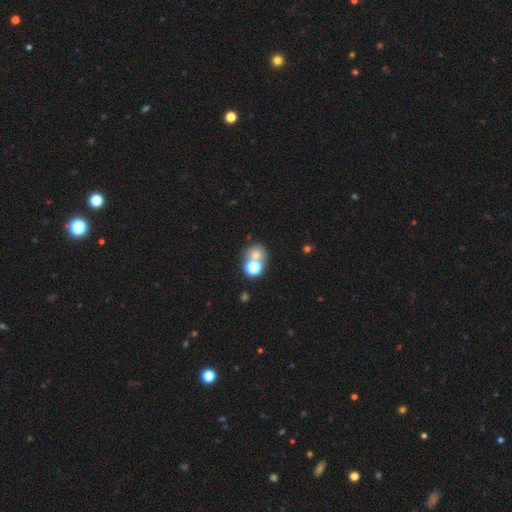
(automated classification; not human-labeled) Smooth or featured: smooth — 66% (star or artifact — 22%)
How rounded: round — 78% (in between — 21%)
Merging: none — 48% (merger — 39%)